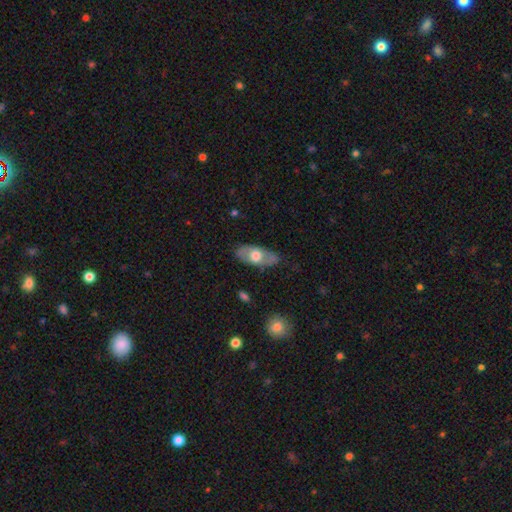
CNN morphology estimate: Smooth or featured? smooth (51%)
How rounded? in between (87%)
Merging? none (80%)